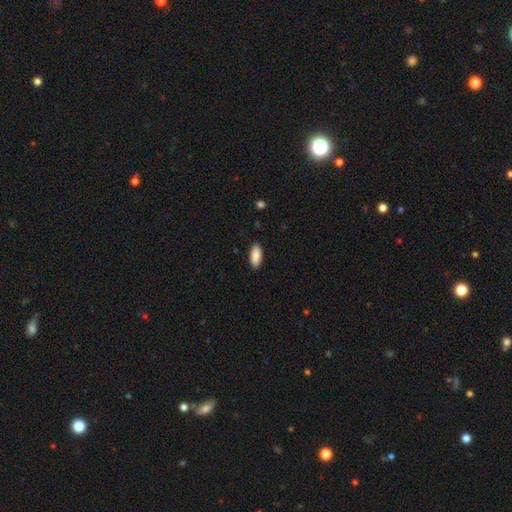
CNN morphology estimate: Smooth or featured? smooth (89%)
How rounded? in between (83%)
Merging? none (89%)